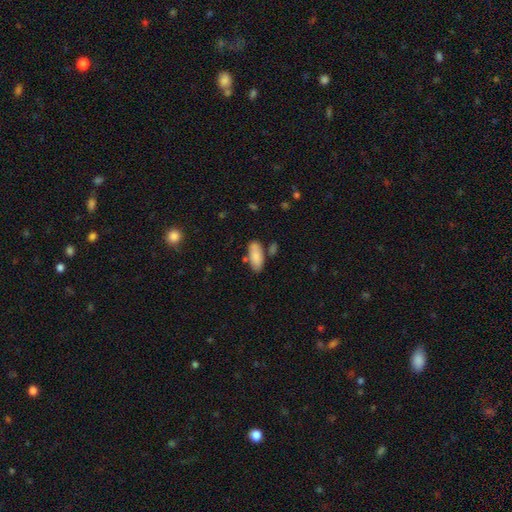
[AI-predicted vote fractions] This appears to be a smooth galaxy with no disk features (84%) that is in between round and cigar-shaped (83%). Merging: none (71%).